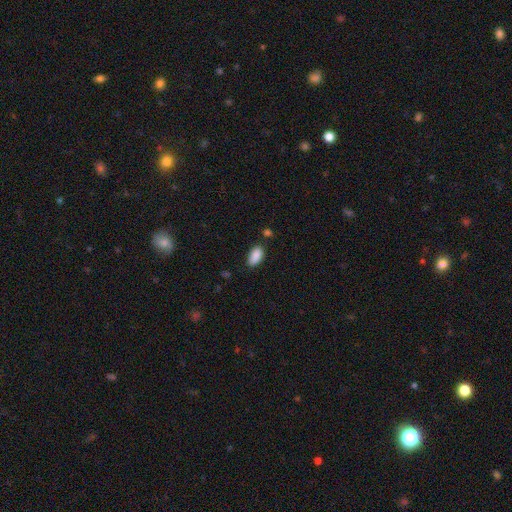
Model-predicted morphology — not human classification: smooth 89%, star or artifact 7%, featured or disk 3%. Down the decision tree: how rounded — in between (93%); merging — none (76%).